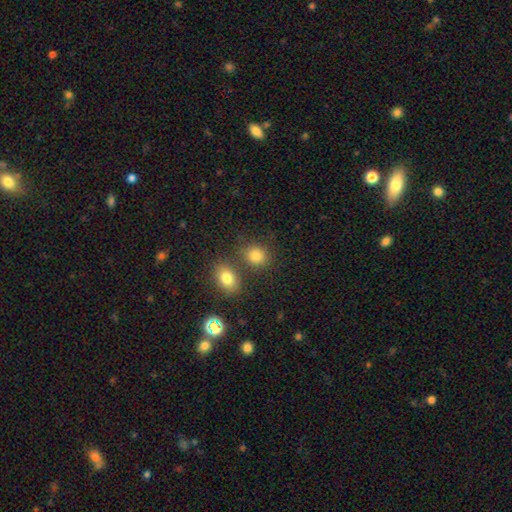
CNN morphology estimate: smooth 80%, star or artifact 13%, featured or disk 6%. Down the decision tree: how rounded — round (65%); merging — none (69%).